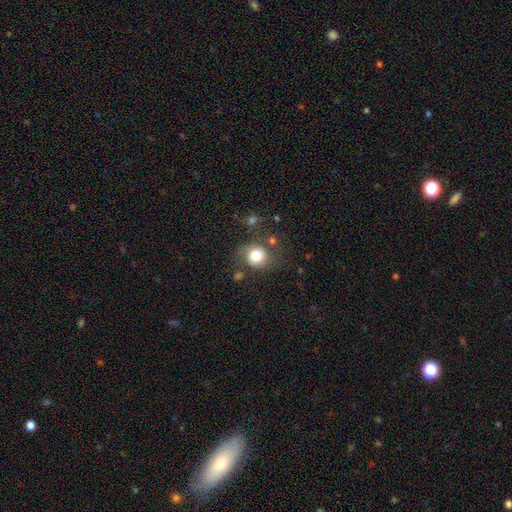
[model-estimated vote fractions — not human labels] This is likely a smooth galaxy (78%). How rounded: likely round (80%). Merging: likely none (66%).